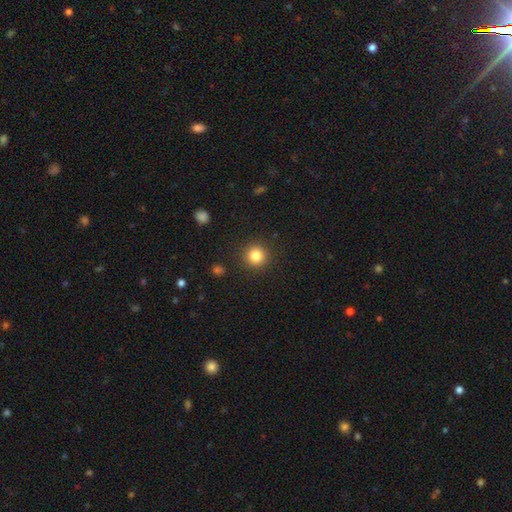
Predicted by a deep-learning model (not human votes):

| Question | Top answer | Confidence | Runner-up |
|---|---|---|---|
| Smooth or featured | smooth | 84% | star or artifact (11%) |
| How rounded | round | 94% | in between (5%) |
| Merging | none | 91% | minor disturbance (6%) |